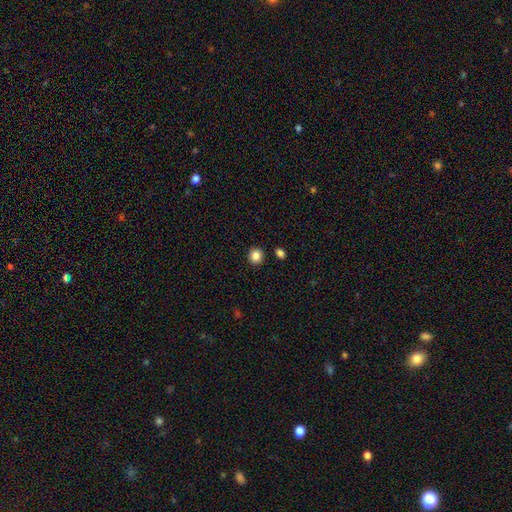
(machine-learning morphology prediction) Smooth or featured?
  - smooth: 85% *
  - star or artifact: 10%
  - featured or disk: 5%
How rounded?
  - round: 85% *
  - in between: 14%
  - cigar-shaped: 1%
Merging?
  - none: 89% *
  - minor disturbance: 6%
  - merger: 3%
  - major disturbance: 2%